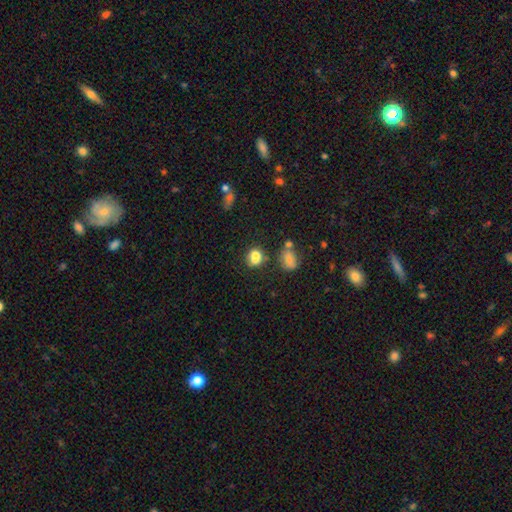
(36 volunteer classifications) smooth 67%, featured or disk 25%, star or artifact 8%. Down the decision tree: how rounded — round (67%); merging — none (42%).